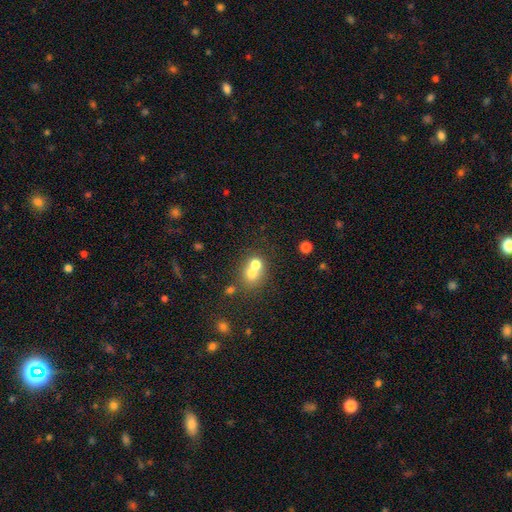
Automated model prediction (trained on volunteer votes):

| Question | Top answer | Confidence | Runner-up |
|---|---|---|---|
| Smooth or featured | smooth | 58% | star or artifact (26%) |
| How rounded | round | 74% | in between (25%) |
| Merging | merger | 48% | none (42%) |